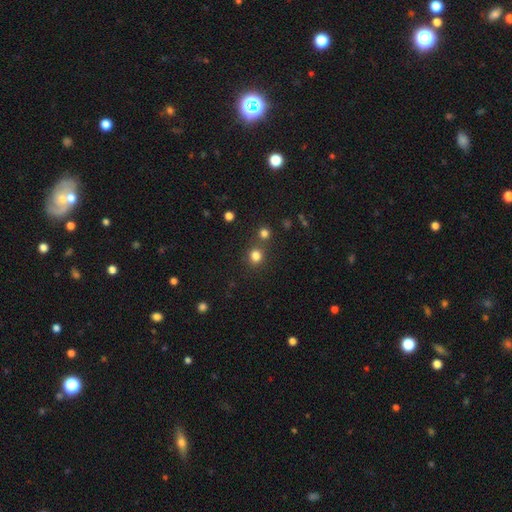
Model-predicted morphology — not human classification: A smooth galaxy with no disk features (79%) that is round (84%). Merging: none (74%).